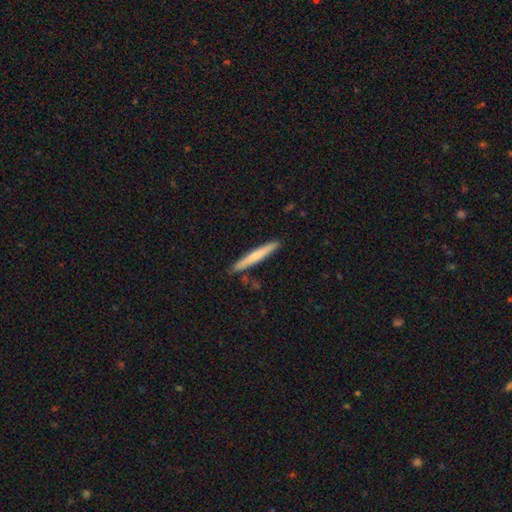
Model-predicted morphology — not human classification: A smooth galaxy with no disk features (64%) that is cigar-shaped (96%).

Vote fractions:
- Smooth or featured? smooth: 64% / featured or disk: 31% / star or artifact: 5%
- How rounded? cigar-shaped: 96% / in between: 3% / round: 1%
- Merging? none: 88% / minor disturbance: 8% / merger: 2% / major disturbance: 1%